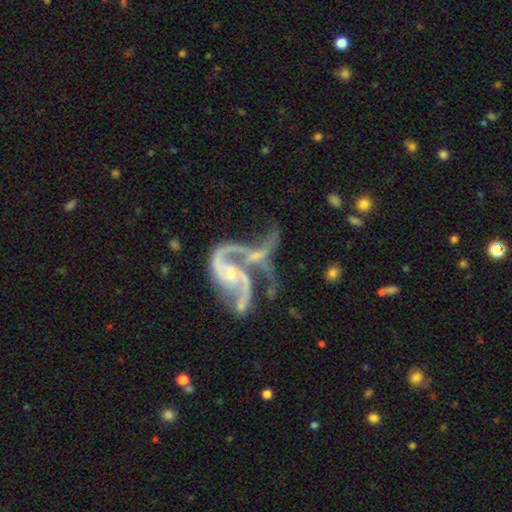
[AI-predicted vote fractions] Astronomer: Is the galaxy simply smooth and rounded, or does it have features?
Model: featured or disk — 88%.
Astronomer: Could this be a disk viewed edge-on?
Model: no — 97%.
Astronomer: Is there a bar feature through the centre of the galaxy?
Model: no — 54% (runner-up: weak, 33%).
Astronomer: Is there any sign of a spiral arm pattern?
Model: yes — 94%.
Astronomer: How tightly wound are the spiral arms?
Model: loose — 44% (runner-up: medium, 43%).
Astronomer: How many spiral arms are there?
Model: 2 — 76%.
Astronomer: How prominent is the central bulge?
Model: small — 61%.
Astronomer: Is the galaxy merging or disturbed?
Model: merger — 43% (runner-up: major disturbance, 25%).